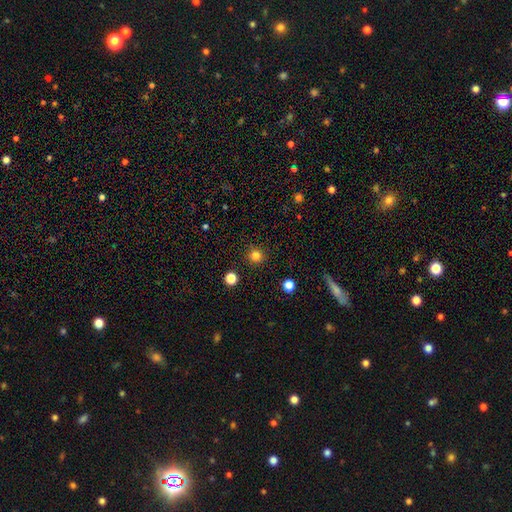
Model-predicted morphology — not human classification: Smooth or featured?
  - smooth: 81% *
  - star or artifact: 14%
  - featured or disk: 5%
How rounded?
  - round: 94% *
  - in between: 5%
  - cigar-shaped: 1%
Merging?
  - none: 92% *
  - minor disturbance: 5%
  - major disturbance: 2%
  - merger: 1%